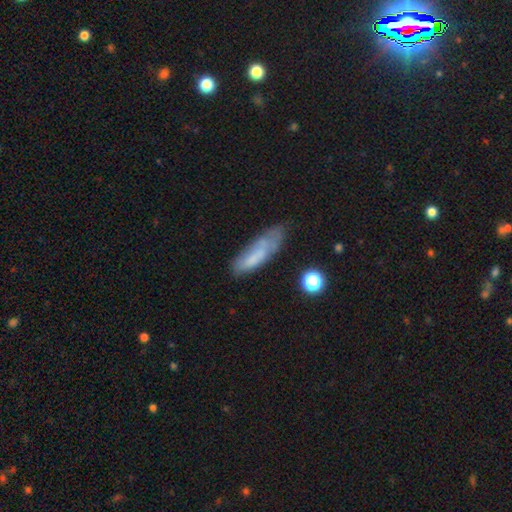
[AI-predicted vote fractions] The model was most divided on "merging": none: 50%, minor disturbance: 31%, major disturbance: 14%, merger: 5%. More confident: smooth or featured — smooth (63%); how rounded — cigar-shaped (59%).